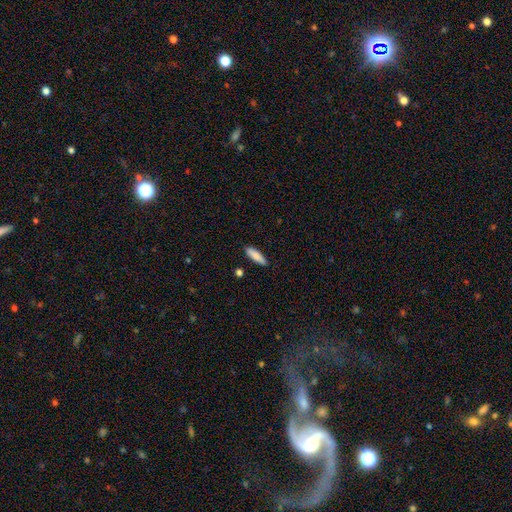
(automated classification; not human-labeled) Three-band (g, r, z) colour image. It shows a smooth galaxy with no disk features (86%) that is cigar-shaped (57%). Merging: none (86%).